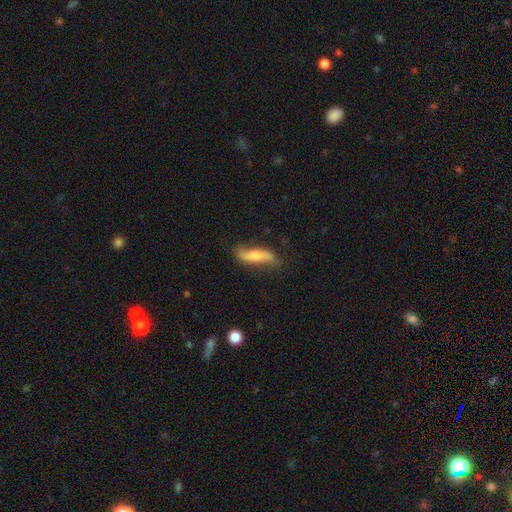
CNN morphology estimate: Smooth or featured: featured or disk — 47% (tied with smooth — 47%)
Merging: none — 64% (minor disturbance — 26%)